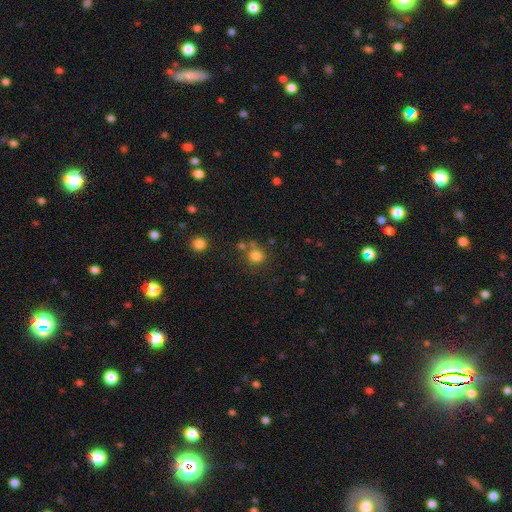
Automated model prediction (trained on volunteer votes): Q: Smooth or featured?
A: smooth (79%); runner-up: star or artifact (14%)
Q: How rounded?
A: round (86%); runner-up: in between (13%)
Q: Merging?
A: none (65%); runner-up: merger (17%)